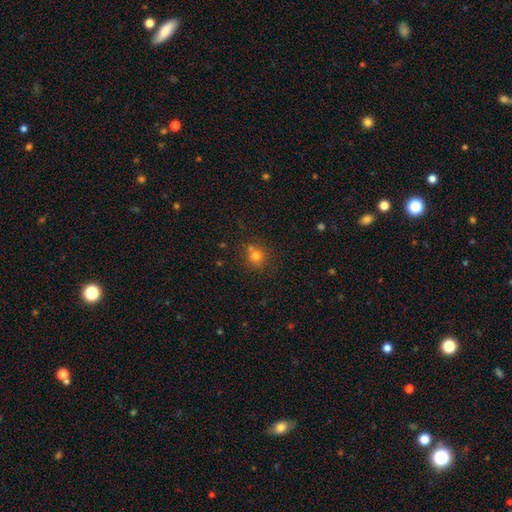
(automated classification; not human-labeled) Smooth or featured? smooth (77%)
How rounded? round (88%)
Merging? none (69%)